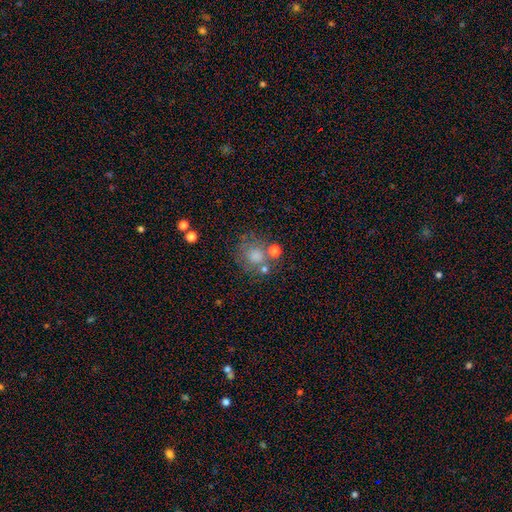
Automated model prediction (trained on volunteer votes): This is likely a smooth galaxy (61%). How rounded: clearly round (81%). Merging: likely none (61%).